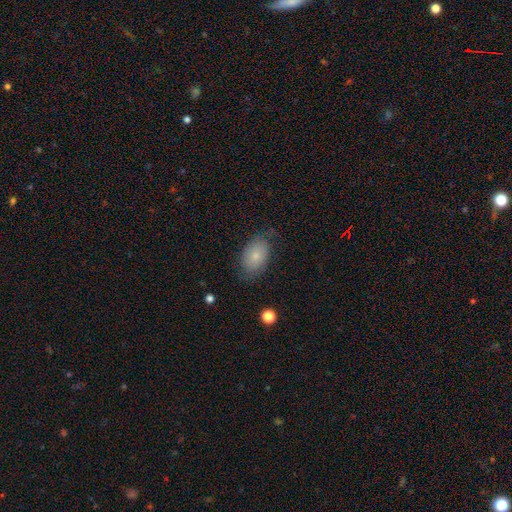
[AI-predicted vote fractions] Q: Smooth or featured?
A: smooth (77%); runner-up: featured or disk (15%)
Q: How rounded?
A: in between (87%); runner-up: round (12%)
Q: Merging?
A: none (72%); runner-up: minor disturbance (21%)